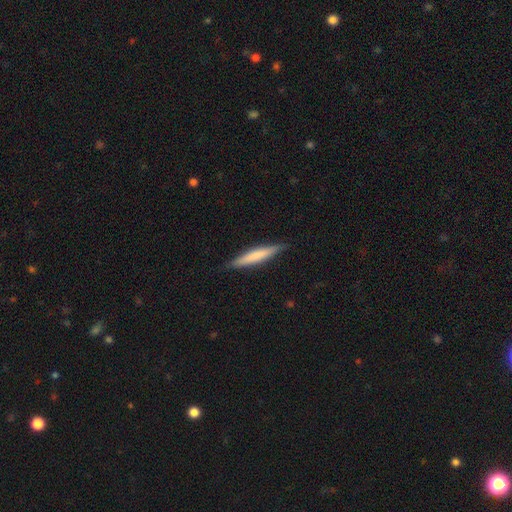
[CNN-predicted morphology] Smooth or featured: smooth — 62% (featured or disk — 33%)
How rounded: cigar-shaped — 92% (in between — 6%)
Merging: none — 88% (minor disturbance — 9%)